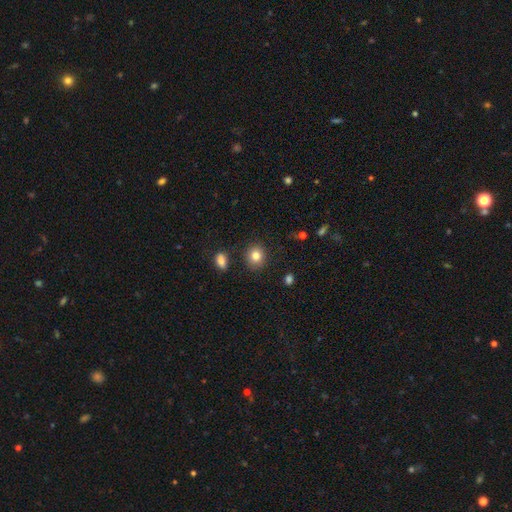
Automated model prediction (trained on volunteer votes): This appears to be a smooth galaxy with no disk features (83%) that is round (78%). Merging: none (87%).